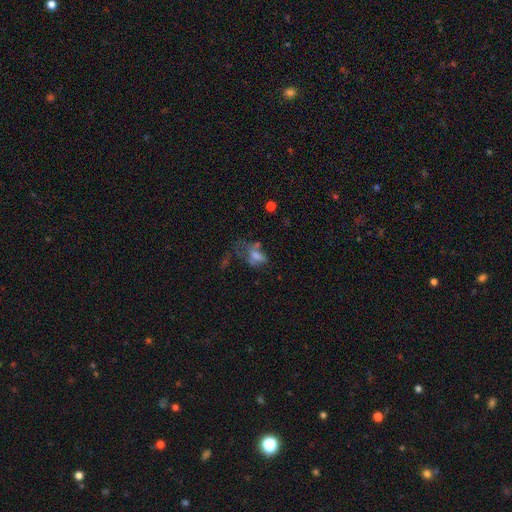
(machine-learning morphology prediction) The model was most divided on "smooth or featured": smooth: 51%, featured or disk: 32%, star or artifact: 17%. Remaining: how rounded — in between (82%); merging — major disturbance (46%).